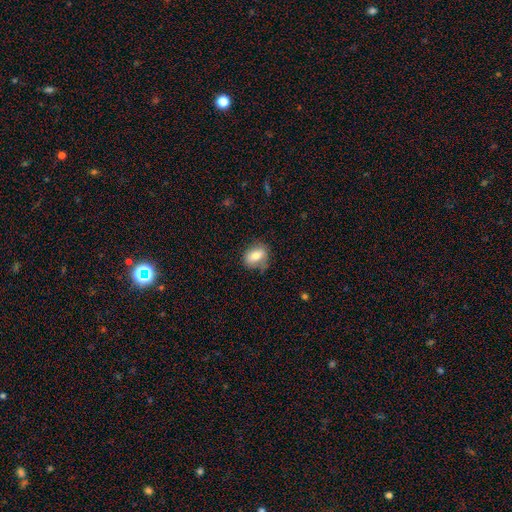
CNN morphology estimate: smooth_or_featured: smooth (p=0.72) [alt: featured or disk p=0.20]
how_rounded: in between (p=0.63) [alt: round p=0.35]
merging: none (p=0.71) [alt: minor disturbance p=0.22]